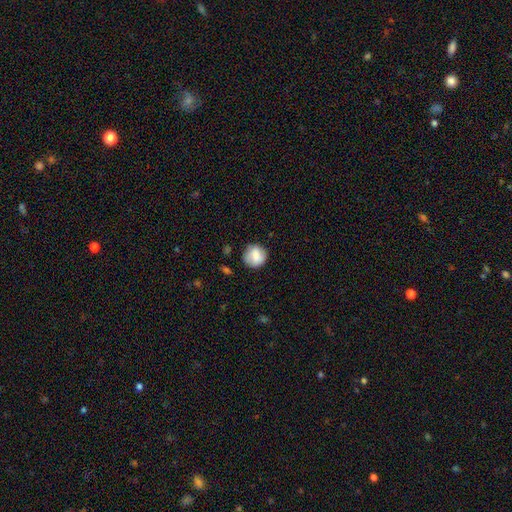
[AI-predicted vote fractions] smooth_or_featured: smooth (p=0.79) [alt: featured or disk p=0.13]
how_rounded: round (p=0.88) [alt: in between p=0.11]
merging: none (p=0.77) [alt: minor disturbance p=0.16]